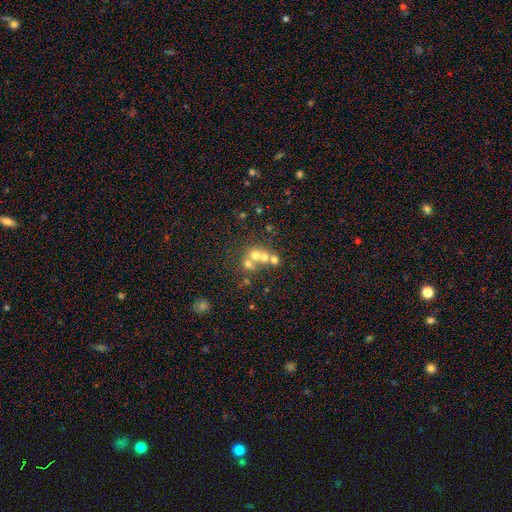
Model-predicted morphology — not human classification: smooth_or_featured: smooth (p=0.53) [alt: featured or disk p=0.29]
how_rounded: round (p=0.77) [alt: in between p=0.21]
merging: merger (p=0.54) [alt: none p=0.34]